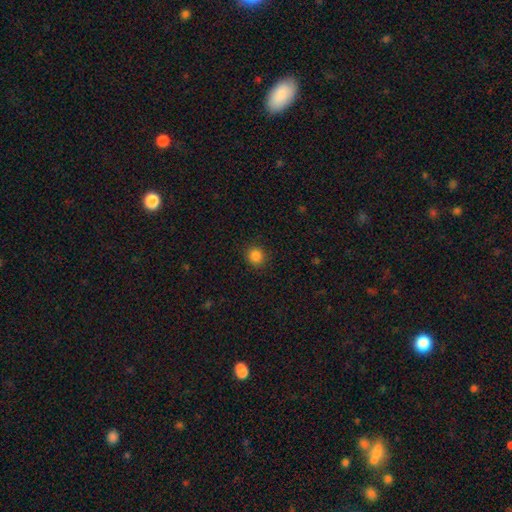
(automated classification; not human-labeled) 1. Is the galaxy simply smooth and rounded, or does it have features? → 85% smooth, 12% star or artifact, 3% featured or disk.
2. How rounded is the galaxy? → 87% round, 12% in between, 1% cigar-shaped.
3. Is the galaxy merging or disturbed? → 90% none, 7% minor disturbance, 2% major disturbance, 1% merger.